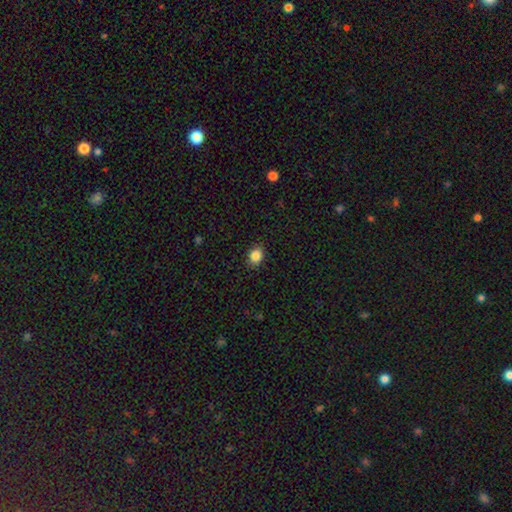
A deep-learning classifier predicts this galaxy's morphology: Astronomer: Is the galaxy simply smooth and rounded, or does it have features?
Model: smooth — 86%.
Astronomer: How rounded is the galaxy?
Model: in between — 52% (runner-up: round, 47%).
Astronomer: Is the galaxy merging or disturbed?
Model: none — 89%.